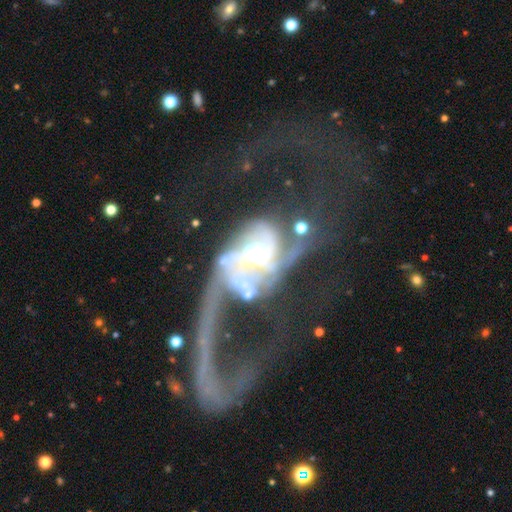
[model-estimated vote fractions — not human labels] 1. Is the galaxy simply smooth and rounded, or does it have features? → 80% featured or disk, 11% smooth, 9% star or artifact.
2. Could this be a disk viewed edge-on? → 97% no, 3% yes.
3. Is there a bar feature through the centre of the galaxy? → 65% no, 25% weak, 10% strong.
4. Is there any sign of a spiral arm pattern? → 81% yes, 19% no.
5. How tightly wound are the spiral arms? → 54% loose, 31% medium, 16% tight.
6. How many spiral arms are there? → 34% 2, 24% can't tell, 23% 1, 10% 3, 5% 4, 4% more than 4.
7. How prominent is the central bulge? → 60% moderate, 23% large, 11% small, 3% dominant, 3% none.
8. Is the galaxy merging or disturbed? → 54% major disturbance, 26% merger, 12% none, 7% minor disturbance.